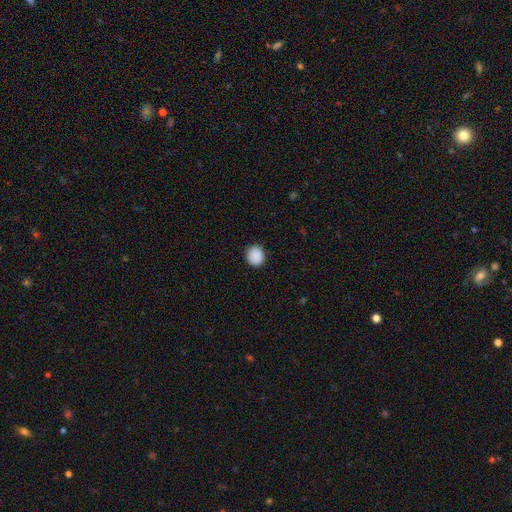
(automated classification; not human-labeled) A smooth galaxy with no disk features (89%) that is round (77%).

Vote fractions:
- Smooth or featured? smooth: 89% / star or artifact: 8% / featured or disk: 3%
- How rounded? round: 77% / in between: 23% / cigar-shaped: 1%
- Merging? none: 88% / minor disturbance: 9% / major disturbance: 2% / merger: 1%